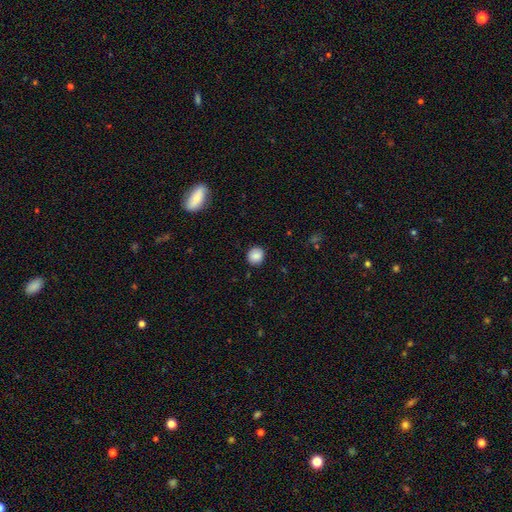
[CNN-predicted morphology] smooth 87%, star or artifact 9%, featured or disk 4%. Down the decision tree: how rounded — round (88%); merging — none (89%).